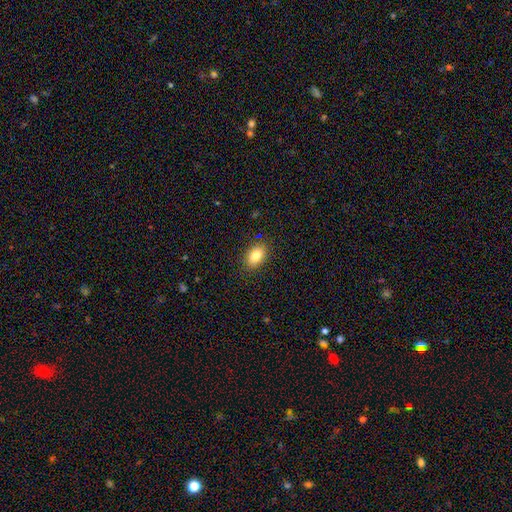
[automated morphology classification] The model was most divided on "how rounded": in between: 84%, round: 15%, cigar-shaped: 2%. More confident: merging — none (88%); smooth or featured — smooth (83%).